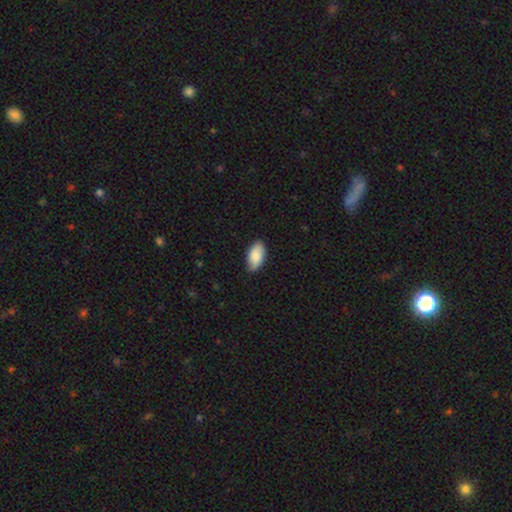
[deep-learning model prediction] Smooth or featured? Predicted: smooth (p=0.85). How rounded? Predicted: in between (p=0.94). Merging? Predicted: none (p=0.78).